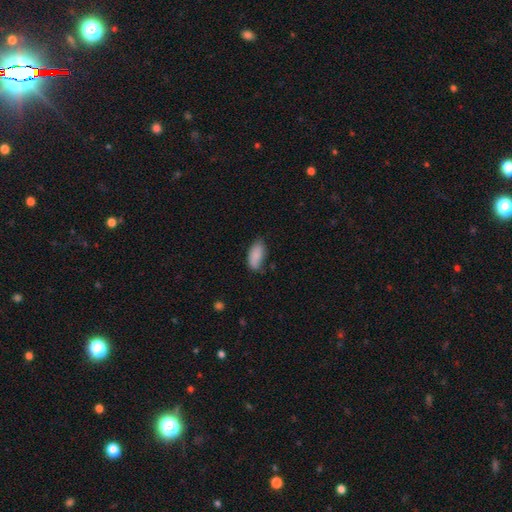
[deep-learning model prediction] Smooth or featured?
  - smooth: 87% *
  - star or artifact: 7%
  - featured or disk: 6%
How rounded?
  - in between: 89% *
  - cigar-shaped: 9%
  - round: 2%
Merging?
  - none: 66% *
  - minor disturbance: 27%
  - major disturbance: 5%
  - merger: 2%